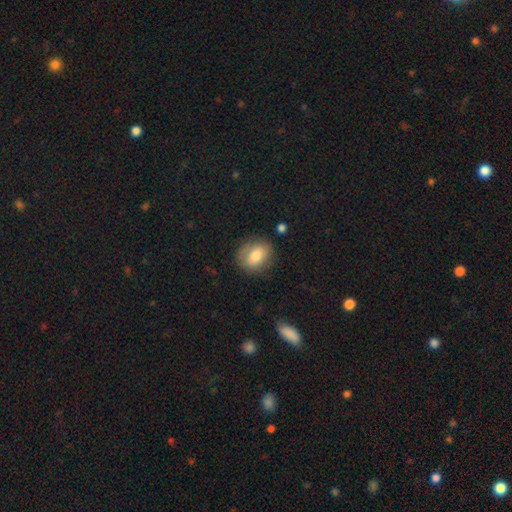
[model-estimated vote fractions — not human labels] This appears to be a smooth galaxy with no disk features (73%) that is in between round and cigar-shaped (52%). Merging: none (79%).